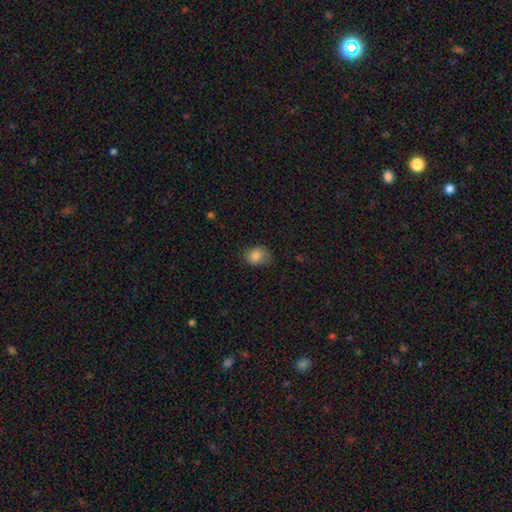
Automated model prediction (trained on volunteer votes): Overall: smooth (83%). How rounded: in between (57%; round 42%). Merging: none (63%; minor disturbance 28%).